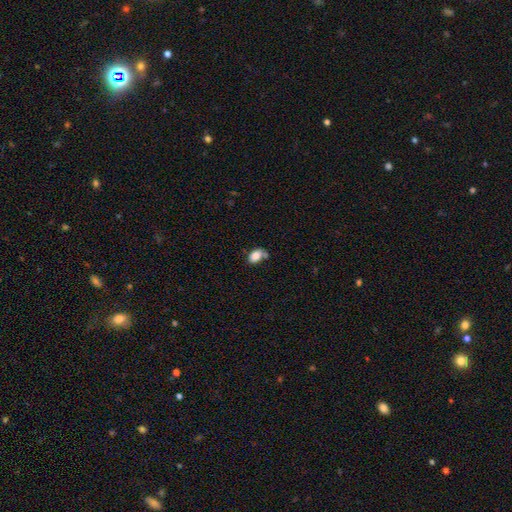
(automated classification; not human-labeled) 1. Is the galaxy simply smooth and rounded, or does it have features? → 84% smooth, 9% star or artifact, 8% featured or disk.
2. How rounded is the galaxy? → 84% in between, 15% round, 1% cigar-shaped.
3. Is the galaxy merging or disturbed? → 53% none, 23% minor disturbance, 17% merger, 7% major disturbance.